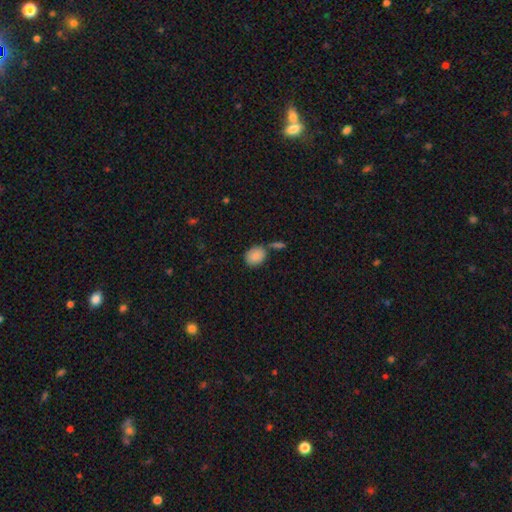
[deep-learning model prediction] Morphology: type=smooth (87%); roundness=in between (53%); merging=none (63%).